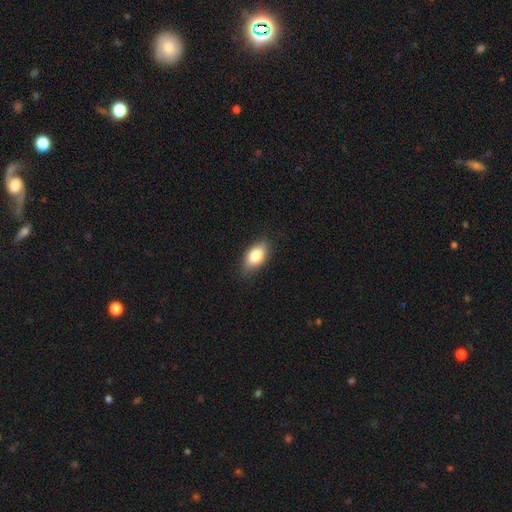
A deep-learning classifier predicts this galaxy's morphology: type=smooth (79%); roundness=in between (87%); merging=none (79%).